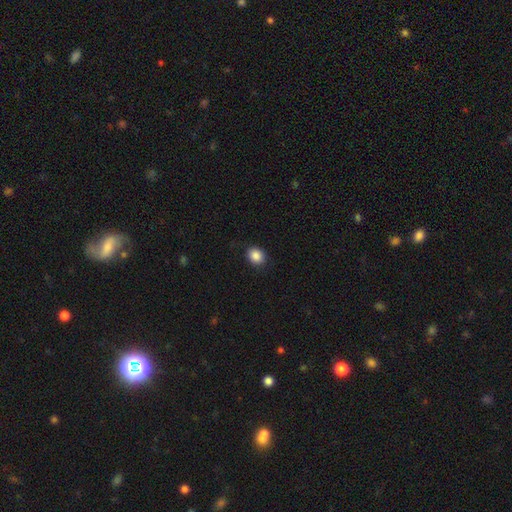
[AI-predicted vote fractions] Smooth or featured? Predicted: smooth (p=0.88). How rounded? Predicted: round (p=0.62). Merging? Predicted: none (p=0.89).